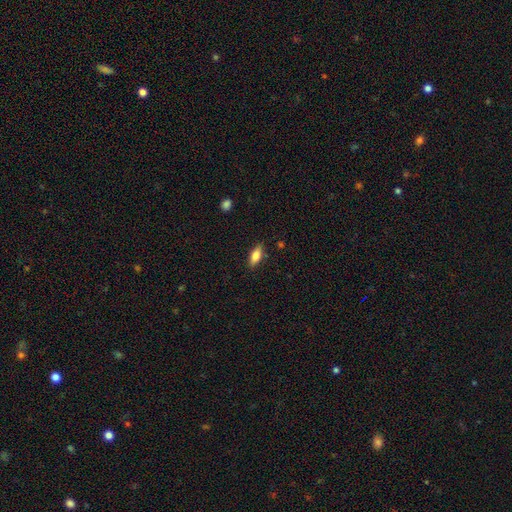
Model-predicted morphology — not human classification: smooth-or-featured: smooth: 73% | featured or disk: 20% | star or artifact: 7%
  how-rounded: in between: 74% | cigar-shaped: 23% | round: 3%
  merging: none: 83% | minor disturbance: 13% | major disturbance: 3% | merger: 1%